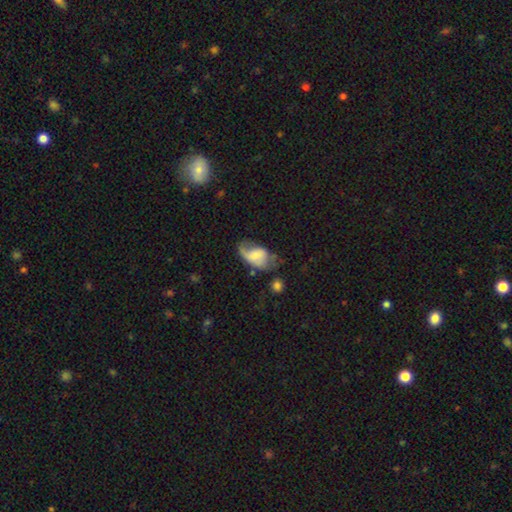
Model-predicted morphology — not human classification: Smooth or featured?
  - smooth: 51% *
  - featured or disk: 41%
  - star or artifact: 8%
How rounded?
  - in between: 87% *
  - round: 11%
  - cigar-shaped: 2%
Merging?
  - major disturbance: 34% *
  - minor disturbance: 31%
  - none: 30%
  - merger: 5%